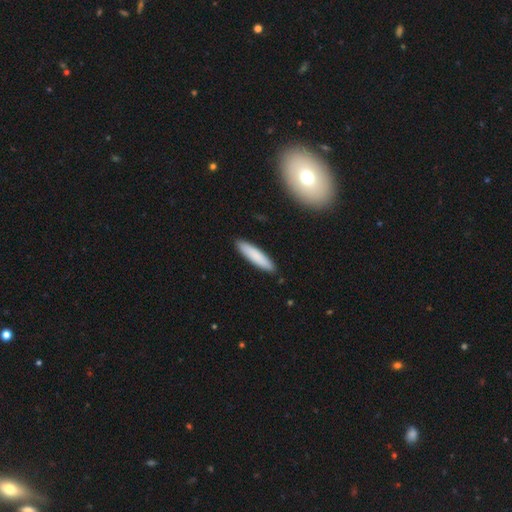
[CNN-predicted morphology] The model was most divided on "how rounded": cigar-shaped: 81%, in between: 18%, round: 1%. More confident: merging — none (90%); smooth or featured — smooth (83%).